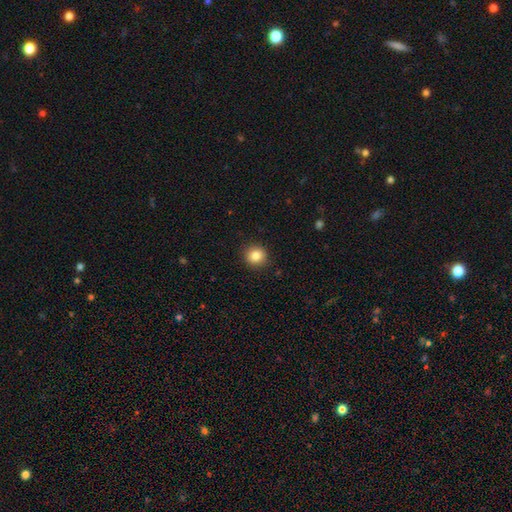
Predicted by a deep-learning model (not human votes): Smooth or featured?
  - smooth: 85% *
  - star or artifact: 10%
  - featured or disk: 5%
How rounded?
  - round: 89% *
  - in between: 11%
  - cigar-shaped: 1%
Merging?
  - none: 90% *
  - minor disturbance: 7%
  - major disturbance: 2%
  - merger: 1%